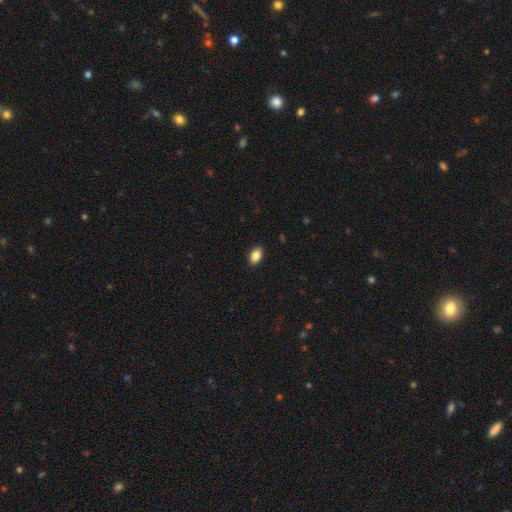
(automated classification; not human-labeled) Smooth or featured?
  - smooth: 87% *
  - star or artifact: 8%
  - featured or disk: 5%
How rounded?
  - in between: 87% *
  - round: 11%
  - cigar-shaped: 1%
Merging?
  - none: 90% *
  - minor disturbance: 7%
  - major disturbance: 2%
  - merger: 1%